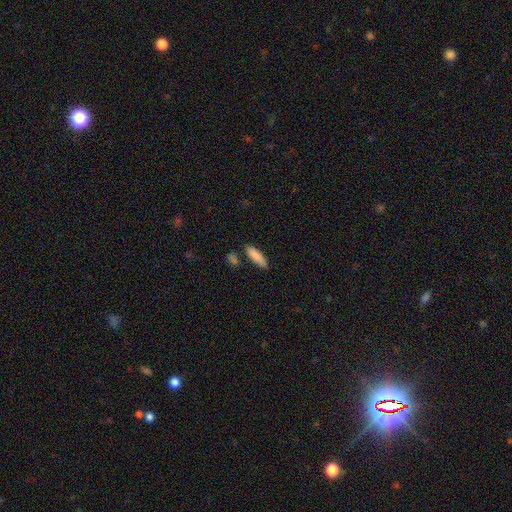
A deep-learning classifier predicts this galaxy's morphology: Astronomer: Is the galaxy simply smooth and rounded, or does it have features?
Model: smooth — 87%.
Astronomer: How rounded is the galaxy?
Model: cigar-shaped — 58% (runner-up: in between, 40%).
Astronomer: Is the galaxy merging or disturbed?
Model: none — 78%.